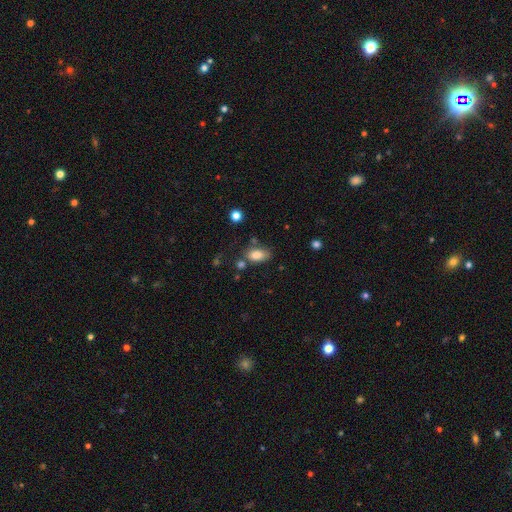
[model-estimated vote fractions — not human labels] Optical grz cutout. It shows a smooth galaxy with no disk features (83%) that is in between round and cigar-shaped (90%). Merging: none (62%).